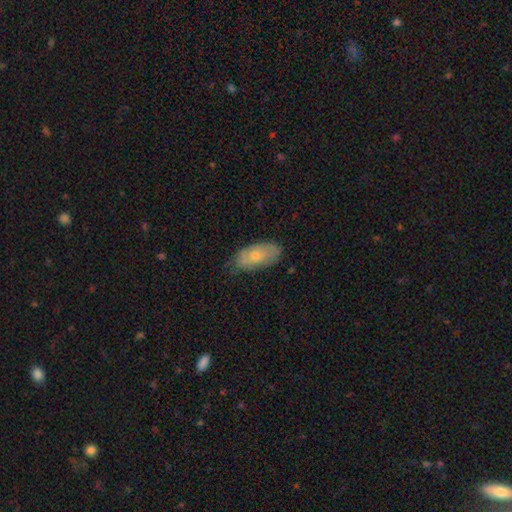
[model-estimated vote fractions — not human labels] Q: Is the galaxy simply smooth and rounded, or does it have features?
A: smooth — 64%.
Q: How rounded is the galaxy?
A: in between — 91%.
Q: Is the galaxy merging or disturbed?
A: none — 67%.